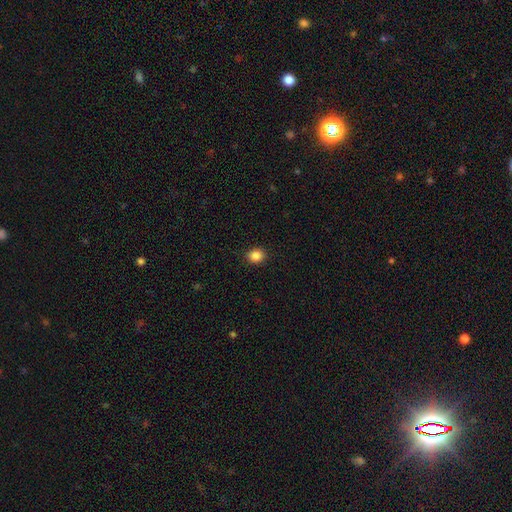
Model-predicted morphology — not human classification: This appears to be a smooth galaxy with no disk features (86%) that is round (73%). Merging: none (91%).